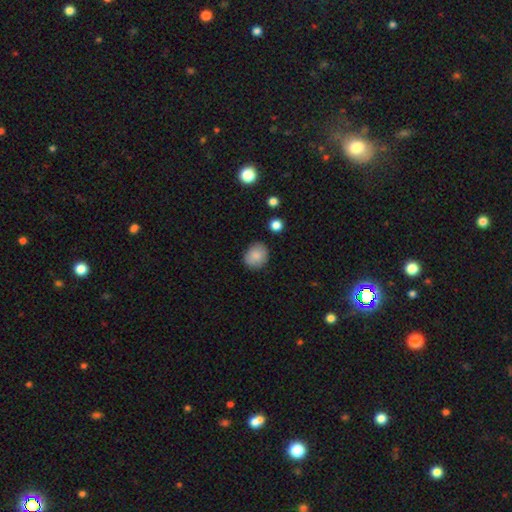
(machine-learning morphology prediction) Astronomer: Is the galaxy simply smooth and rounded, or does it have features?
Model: smooth — 86%.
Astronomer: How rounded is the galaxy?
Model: round — 66%.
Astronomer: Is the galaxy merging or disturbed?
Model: none — 84%.